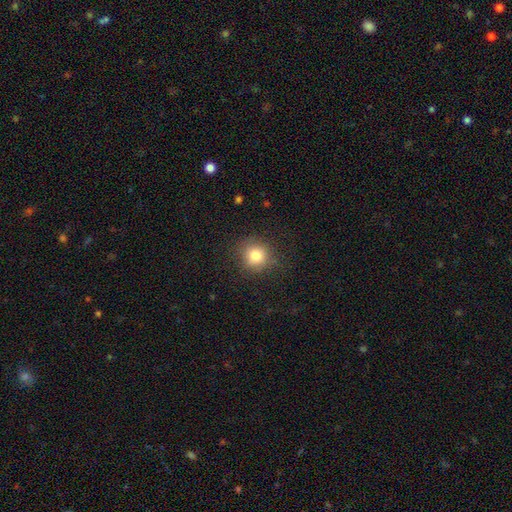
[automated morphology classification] smooth 80%, star or artifact 12%, featured or disk 8%. Down the decision tree: how rounded — round (89%); merging — none (83%).